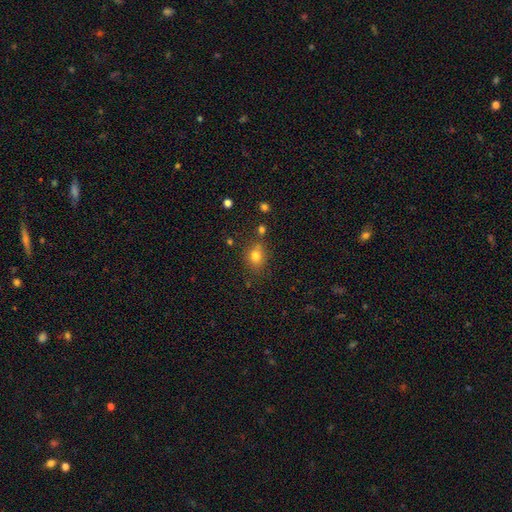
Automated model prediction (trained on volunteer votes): Smooth or featured? Predicted: smooth (p=0.78). How rounded? Predicted: round (p=0.56). Merging? Predicted: none (p=0.72).